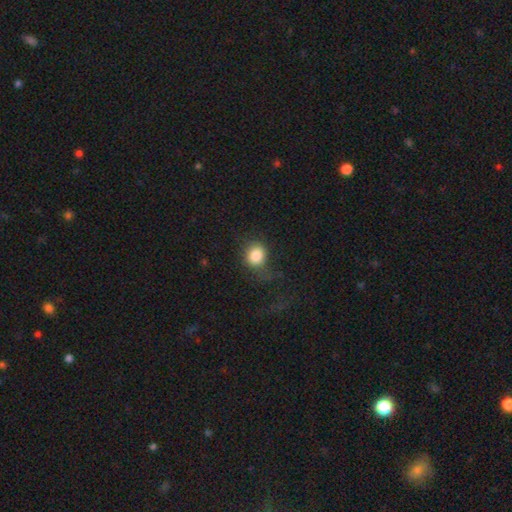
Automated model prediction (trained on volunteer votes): A smooth galaxy with no disk features (83%) that is round (66%).

Vote fractions:
- Smooth or featured? smooth: 83% / star or artifact: 10% / featured or disk: 7%
- How rounded? round: 66% / in between: 33% / cigar-shaped: 1%
- Merging? none: 59% / minor disturbance: 22% / major disturbance: 18% / merger: 2%